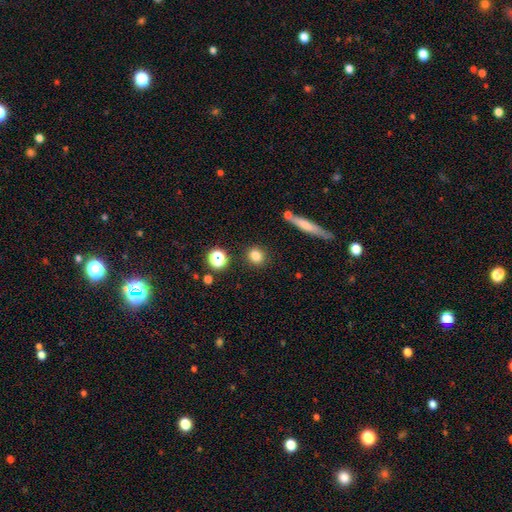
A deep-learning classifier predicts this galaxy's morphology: type=smooth (80%); roundness=round (84%); merging=none (87%).